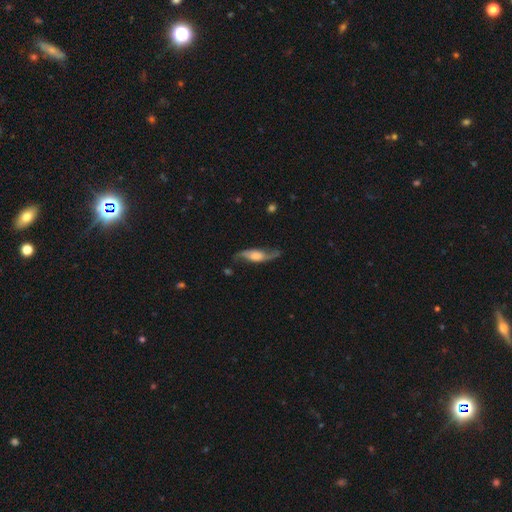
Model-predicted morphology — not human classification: Overall: featured or disk (75%). Edge-on disk: no (77%). Bar: no (56%; weak 32%). Spiral arms: yes (93%). Spiral arm count: 2 (92%). Spiral winding: loose (77%). Bulge size: large (33%; moderate 27%). Merging: none (72%).